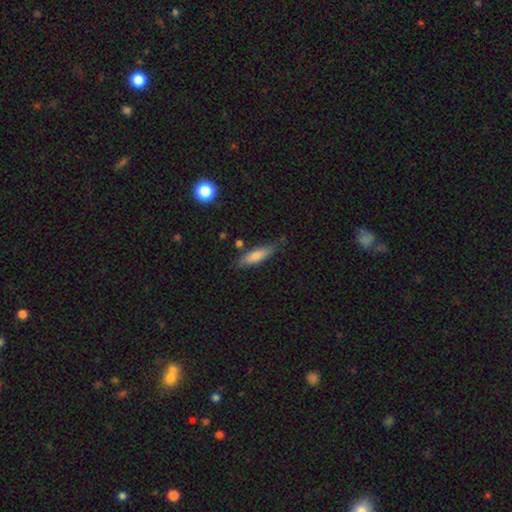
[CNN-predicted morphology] Q: Smooth or featured?
A: smooth (74%); runner-up: featured or disk (19%)
Q: How rounded?
A: cigar-shaped (62%); runner-up: in between (36%)
Q: Merging?
A: none (73%); runner-up: minor disturbance (20%)